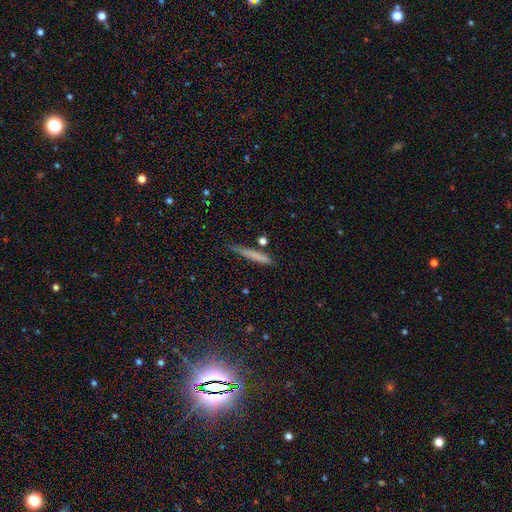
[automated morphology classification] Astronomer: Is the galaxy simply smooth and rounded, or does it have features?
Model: smooth — 69%.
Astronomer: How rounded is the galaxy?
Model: cigar-shaped — 95%.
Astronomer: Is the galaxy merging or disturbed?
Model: none — 78%.